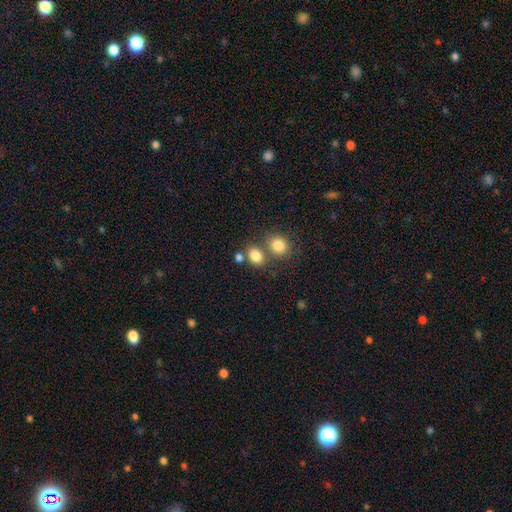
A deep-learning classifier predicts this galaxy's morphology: A smooth galaxy with no disk features (82%) that is in between round and cigar-shaped (53%).

Vote fractions:
- Smooth or featured? smooth: 82% / star or artifact: 11% / featured or disk: 7%
- How rounded? in between: 53% / round: 46% / cigar-shaped: 1%
- Merging? none: 55% / merger: 31% / minor disturbance: 10% / major disturbance: 4%